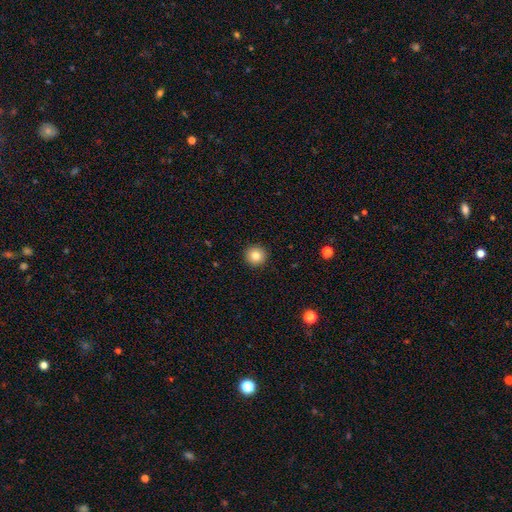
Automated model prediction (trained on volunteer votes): A smooth galaxy with no disk features (82%) that is round (96%).

Vote fractions:
- Smooth or featured? smooth: 82% / star or artifact: 10% / featured or disk: 8%
- How rounded? round: 96% / in between: 3% / cigar-shaped: 1%
- Merging? none: 93% / minor disturbance: 5% / major disturbance: 2% / merger: 1%